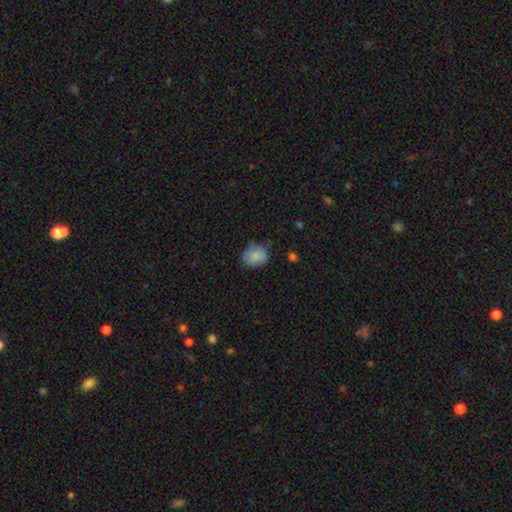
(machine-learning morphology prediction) smooth_or_featured: smooth (p=0.81) [alt: featured or disk p=0.11]
how_rounded: round (p=0.54) [alt: in between p=0.45]
merging: none (p=0.62) [alt: minor disturbance p=0.29]